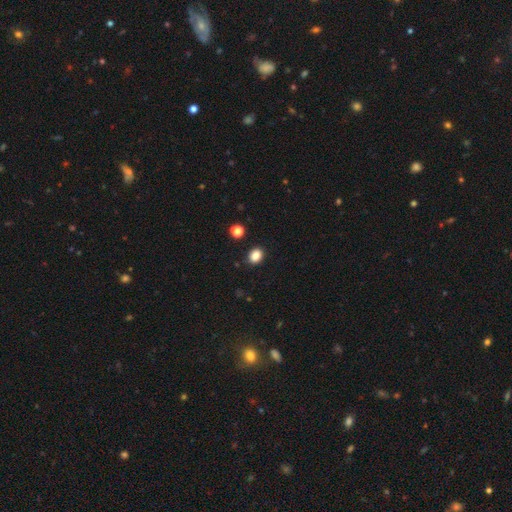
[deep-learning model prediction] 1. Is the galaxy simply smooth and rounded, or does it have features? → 85% smooth, 11% star or artifact, 4% featured or disk.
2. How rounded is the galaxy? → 52% in between, 47% round, 1% cigar-shaped.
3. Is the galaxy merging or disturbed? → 89% none, 7% minor disturbance, 2% major disturbance, 2% merger.